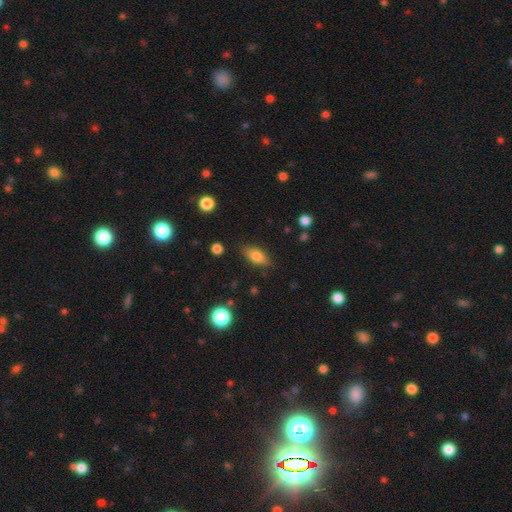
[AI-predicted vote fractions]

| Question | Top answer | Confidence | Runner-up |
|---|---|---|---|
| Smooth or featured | smooth | 73% | featured or disk (19%) |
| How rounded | in between | 81% | cigar-shaped (13%) |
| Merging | none | 83% | minor disturbance (13%) |